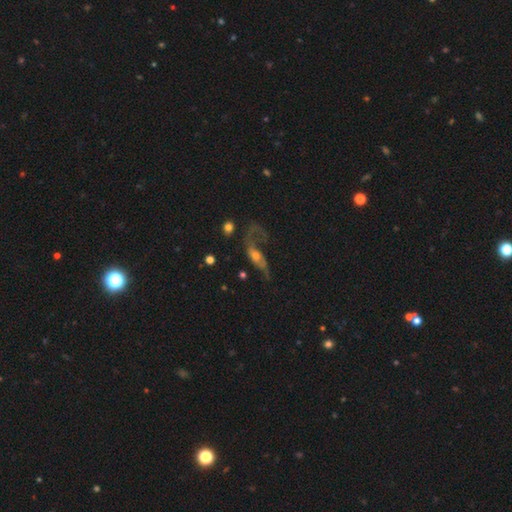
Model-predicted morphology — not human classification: Smooth or featured?
  - featured or disk: 68% *
  - smooth: 20%
  - star or artifact: 12%
Edge-on disk?
  - no: 85% *
  - yes: 15%
Bar?
  - no: 67% *
  - weak: 24%
  - strong: 9%
Spiral arms?
  - yes: 75% *
  - no: 25%
Bulge size?
  - moderate: 48% *
  - small: 39%
  - large: 7%
  - none: 4%
  - dominant: 2%
Merging?
  - major disturbance: 44% *
  - none: 35%
  - minor disturbance: 16%
  - merger: 5%